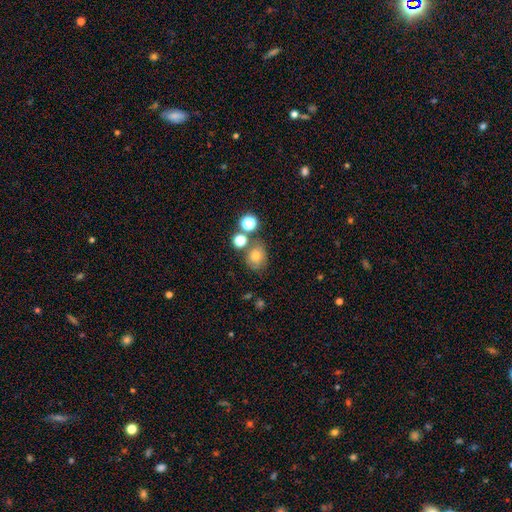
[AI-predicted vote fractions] This appears to be a smooth galaxy with no disk features (71%) that is round (63%). Merging: none (59%).